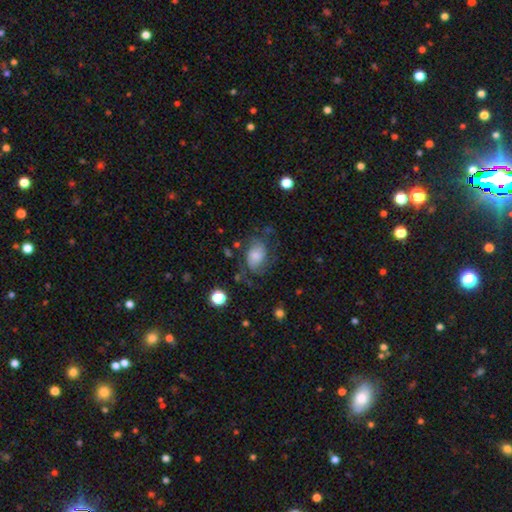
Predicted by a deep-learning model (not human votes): Q: Smooth or featured?
A: smooth (52%); runner-up: featured or disk (39%)
Q: How rounded?
A: in between (76%); runner-up: round (23%)
Q: Merging?
A: none (49%); runner-up: minor disturbance (26%)